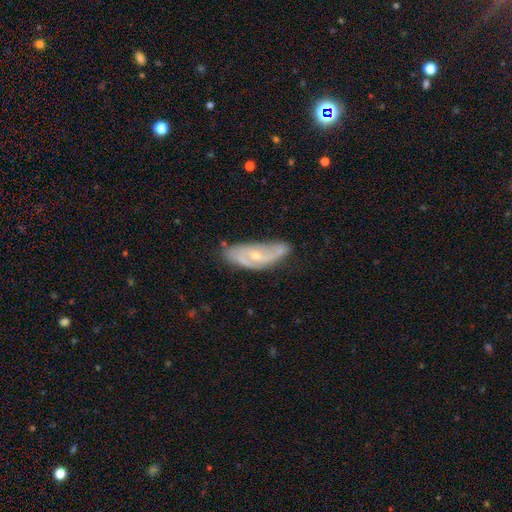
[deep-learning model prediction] This is likely a featured or disk galaxy (73%). It is clearly not viewed edge-on (87%). Bar: possibly no (59%). Spiral arm pattern: clearly yes (85%). Spiral arm count: likely 2 (64%). Spiral winding: marginally medium (43%). Central bulge: possibly small (58%). Merging: possibly none (57%).